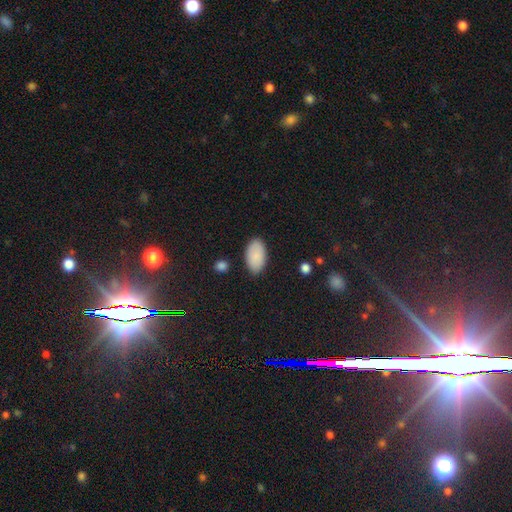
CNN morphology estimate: Smooth or featured: smooth — 88% (star or artifact — 6%)
How rounded: in between — 95% (round — 3%)
Merging: none — 84% (minor disturbance — 12%)